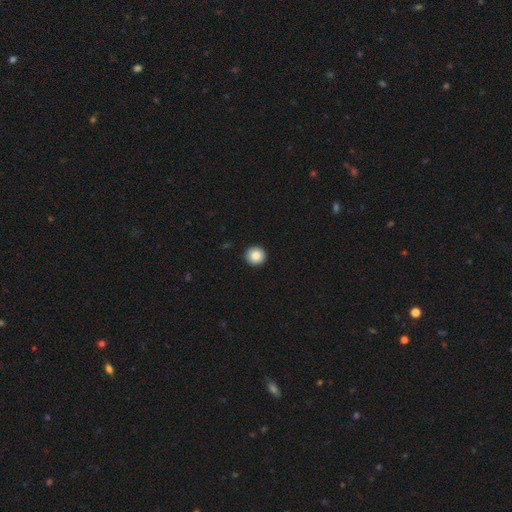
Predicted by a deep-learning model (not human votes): Overall: smooth (88%). How rounded: round (96%). Merging: none (94%).